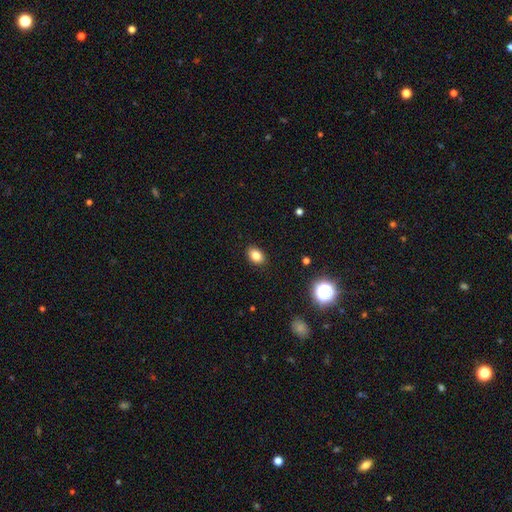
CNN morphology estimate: Q: Smooth or featured?
A: smooth (83%); runner-up: star or artifact (11%)
Q: How rounded?
A: in between (79%); runner-up: round (20%)
Q: Merging?
A: none (89%); runner-up: minor disturbance (8%)